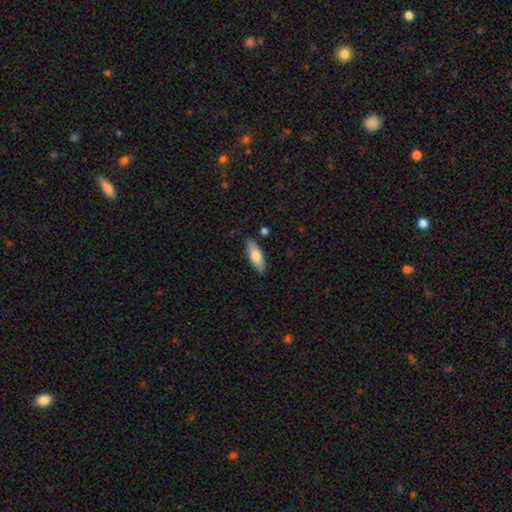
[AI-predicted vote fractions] Smooth or featured? smooth (79%)
How rounded? in between (65%)
Merging? none (85%)